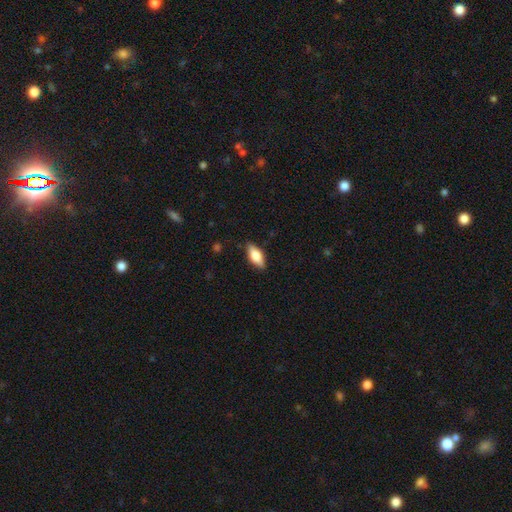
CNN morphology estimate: Q: Smooth or featured?
A: smooth (64%); runner-up: featured or disk (29%)
Q: How rounded?
A: in between (77%); runner-up: cigar-shaped (20%)
Q: Merging?
A: none (86%); runner-up: minor disturbance (11%)